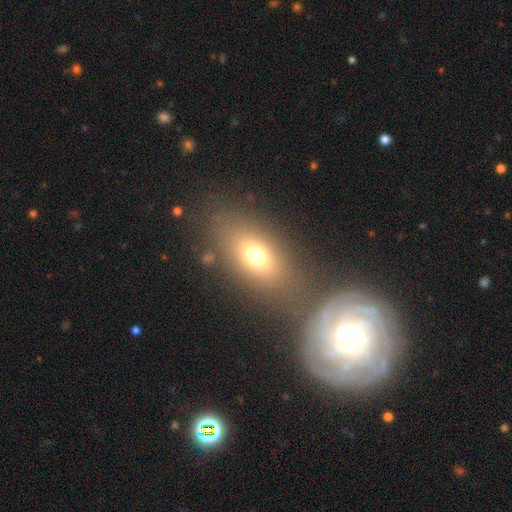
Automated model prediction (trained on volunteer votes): Smooth or featured? Predicted: smooth (p=0.69). How rounded? Predicted: in between (p=0.73). Merging? Predicted: none (p=0.67).